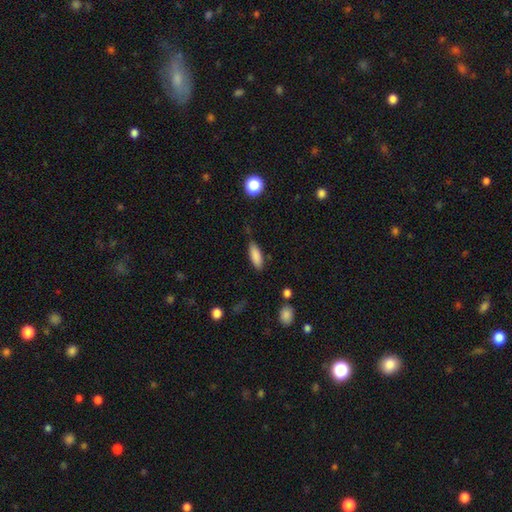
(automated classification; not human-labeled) Smooth or featured?
  - smooth: 87% *
  - star or artifact: 7%
  - featured or disk: 6%
How rounded?
  - in between: 66% *
  - cigar-shaped: 32%
  - round: 2%
Merging?
  - none: 79% *
  - minor disturbance: 16%
  - major disturbance: 3%
  - merger: 3%